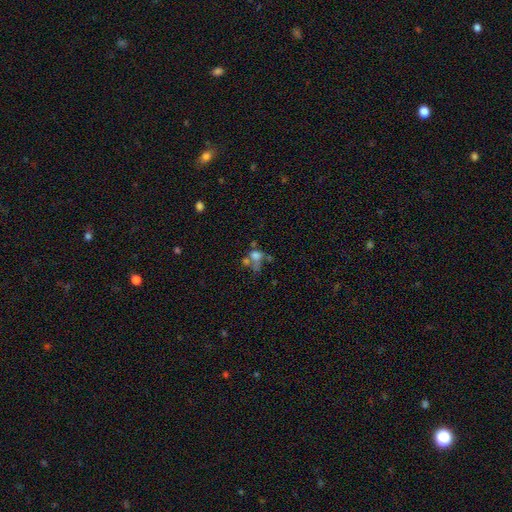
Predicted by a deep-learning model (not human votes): smooth_or_featured: smooth (p=0.59) [alt: featured or disk p=0.23]
how_rounded: round (p=0.56) [alt: in between p=0.42]
merging: merger (p=0.42) [alt: none p=0.27]